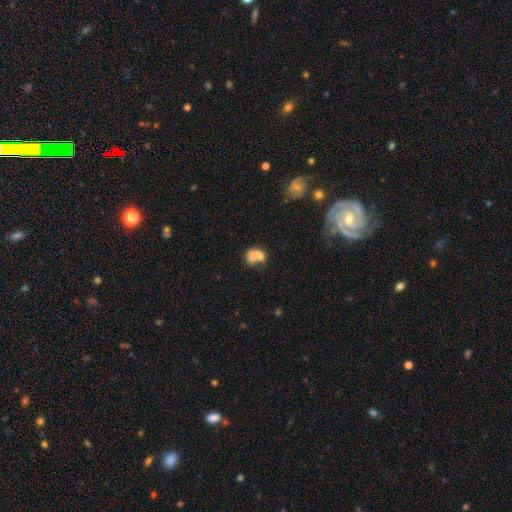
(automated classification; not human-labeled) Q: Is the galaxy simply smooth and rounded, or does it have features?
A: smooth — 66%.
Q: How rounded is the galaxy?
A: in between — 51%.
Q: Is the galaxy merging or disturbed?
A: merger — 64%.